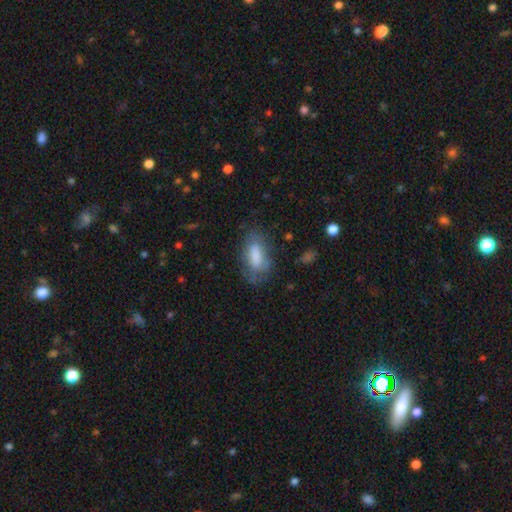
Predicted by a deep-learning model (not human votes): Smooth or featured? smooth (72%)
How rounded? in between (82%)
Merging? none (66%)